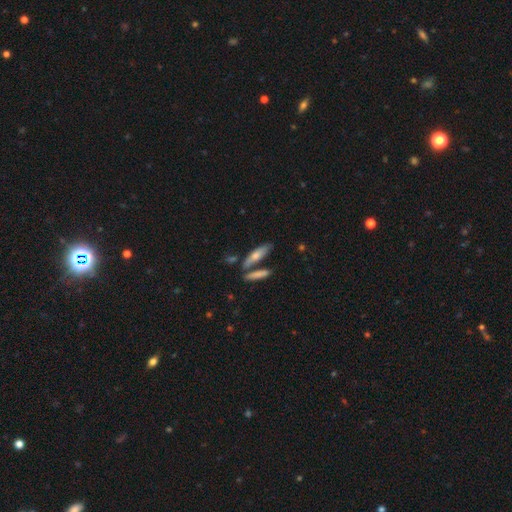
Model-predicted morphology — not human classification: Smooth or featured?
  - smooth: 58% *
  - featured or disk: 34%
  - star or artifact: 8%
How rounded?
  - cigar-shaped: 71% *
  - in between: 26%
  - round: 3%
Merging?
  - none: 65% *
  - merger: 21%
  - minor disturbance: 11%
  - major disturbance: 4%